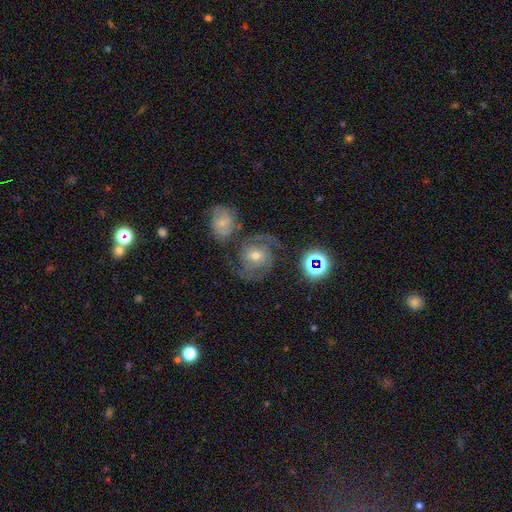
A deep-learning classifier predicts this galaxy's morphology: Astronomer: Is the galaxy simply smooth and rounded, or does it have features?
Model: featured or disk — 79%.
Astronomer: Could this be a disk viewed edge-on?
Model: no — 97%.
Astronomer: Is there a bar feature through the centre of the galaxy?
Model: no — 53% (runner-up: weak, 35%).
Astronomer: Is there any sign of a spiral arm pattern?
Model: yes — 96%.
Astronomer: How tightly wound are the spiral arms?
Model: tight — 49% (runner-up: medium, 43%).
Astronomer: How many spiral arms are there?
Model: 2 — 64%.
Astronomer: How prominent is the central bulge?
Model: moderate — 49% (runner-up: small, 45%).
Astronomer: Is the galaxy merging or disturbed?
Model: none — 64%.